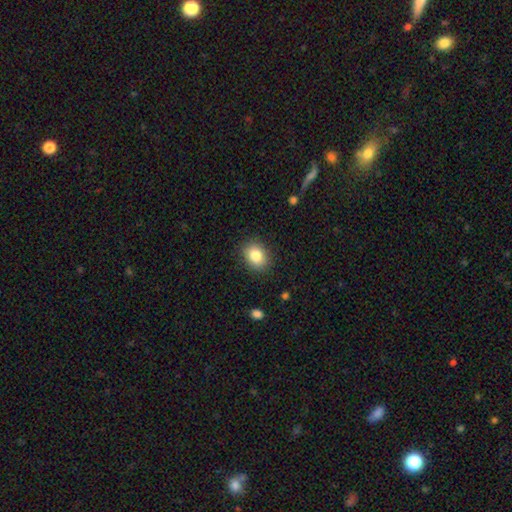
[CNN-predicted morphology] smooth 83%, star or artifact 9%, featured or disk 8%. Down the decision tree: how rounded — in between (58%); merging — none (88%).